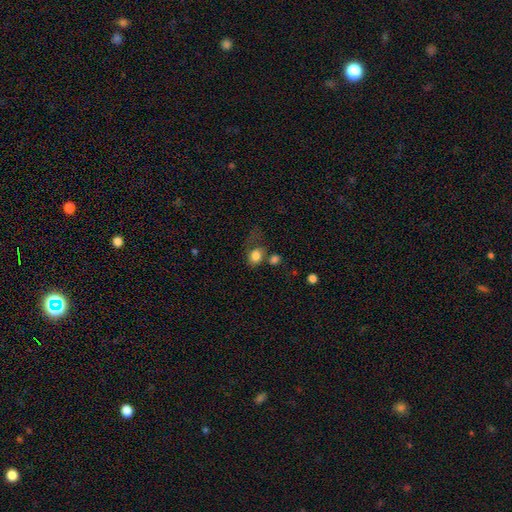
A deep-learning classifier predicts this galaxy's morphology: Smooth or featured? smooth (81%)
How rounded? in between (54%)
Merging? none (37%)